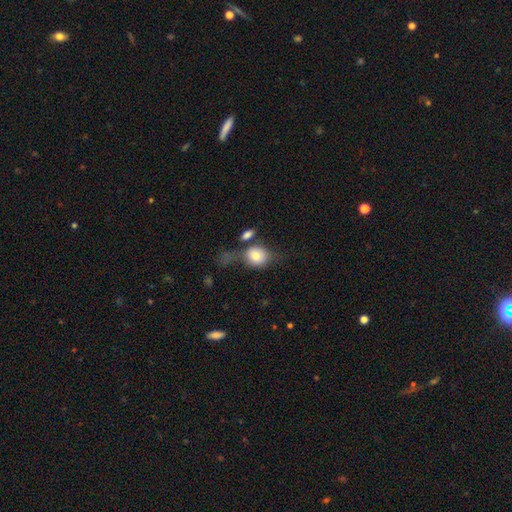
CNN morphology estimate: smooth_or_featured: smooth (p=0.73) [alt: featured or disk p=0.19]
how_rounded: round (p=0.66) [alt: in between p=0.32]
merging: none (p=0.43) [alt: merger p=0.20]